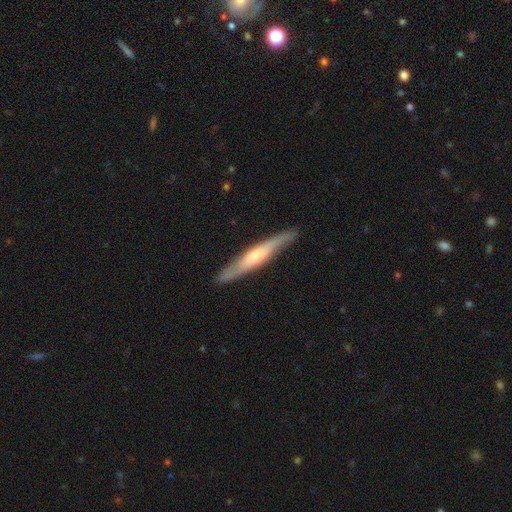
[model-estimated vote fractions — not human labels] smooth-or-featured: featured or disk: 57% | smooth: 38% | star or artifact: 5%
  disk-edge-on: yes: 82% | no: 18%
  merging: none: 86% | minor disturbance: 11% | major disturbance: 2% | merger: 1%